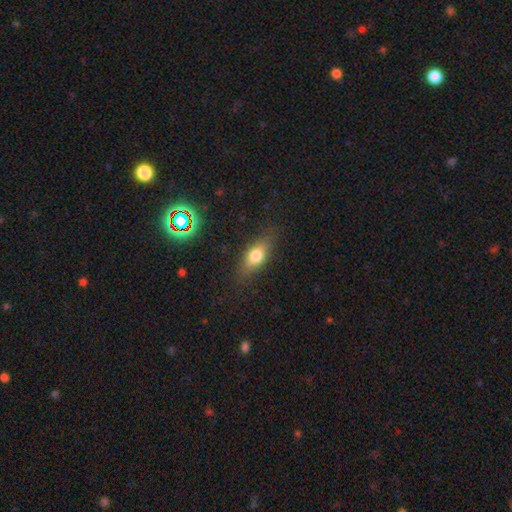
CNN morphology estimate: Smooth or featured? smooth (69%)
How rounded? in between (71%)
Merging? none (81%)